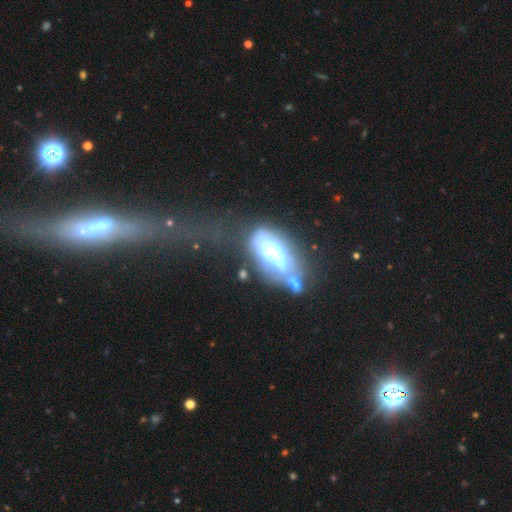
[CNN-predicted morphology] Smooth or featured: featured or disk — 45% (smooth — 37%)
Merging: none — 34% (merger — 26%)